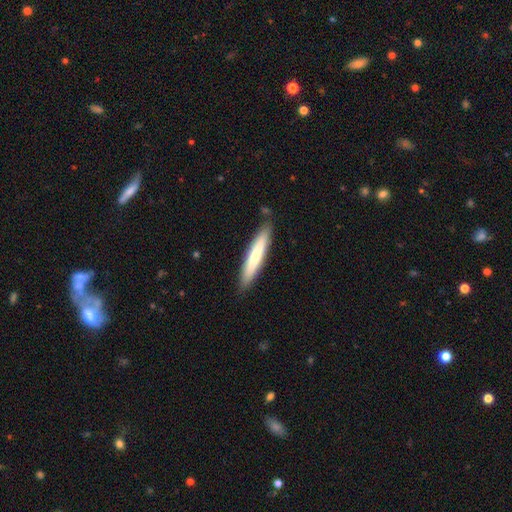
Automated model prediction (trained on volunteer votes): smooth 68%, featured or disk 27%, star or artifact 5%. Down the decision tree: how rounded — cigar-shaped (89%); merging — none (86%).